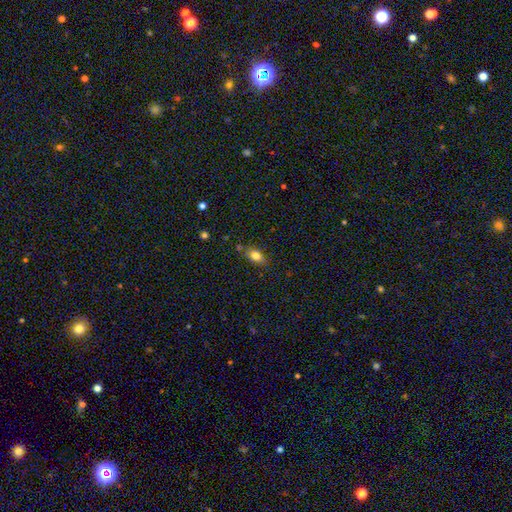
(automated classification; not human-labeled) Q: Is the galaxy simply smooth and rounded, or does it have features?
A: smooth — 80%.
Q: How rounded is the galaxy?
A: in between — 81%.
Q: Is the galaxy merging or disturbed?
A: none — 74%.